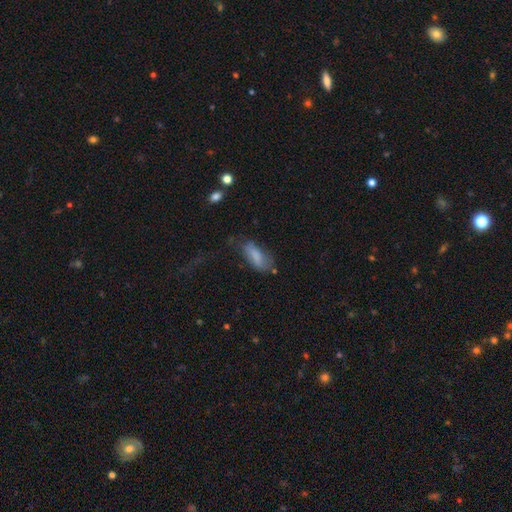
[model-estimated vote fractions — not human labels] Smooth or featured?
  - smooth: 75% *
  - featured or disk: 17%
  - star or artifact: 8%
How rounded?
  - in between: 78% *
  - cigar-shaped: 19%
  - round: 2%
Merging?
  - none: 46% *
  - minor disturbance: 29%
  - major disturbance: 20%
  - merger: 5%